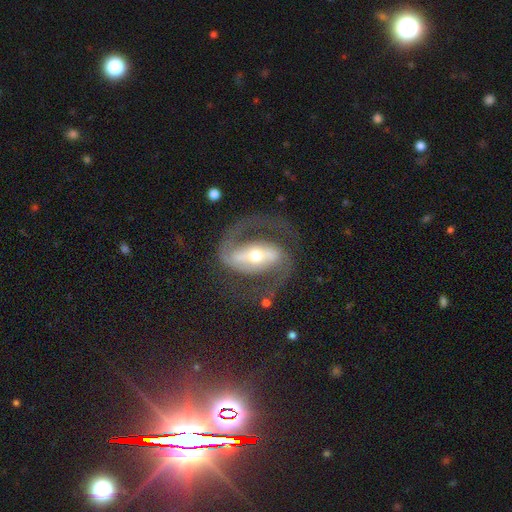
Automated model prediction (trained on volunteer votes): The model was most divided on "bulge size": moderate: 54%, small: 39%, large: 5%, dominant: 1%, none: 1%. More confident: edge-on disk — no (97%); spiral arms — yes (95%); spiral arm count — 2 (91%); smooth or featured — featured or disk (90%); merging — none (71%); bar — strong (64%); spiral winding — medium (58%).